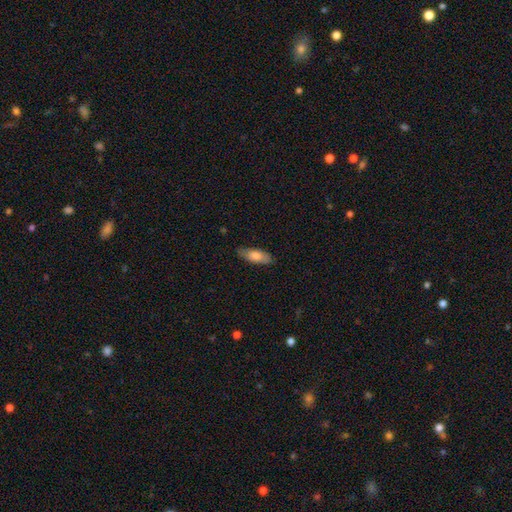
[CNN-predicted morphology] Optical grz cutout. It shows a smooth galaxy with no disk features (75%) that is in between round and cigar-shaped (73%). Merging: none (79%).